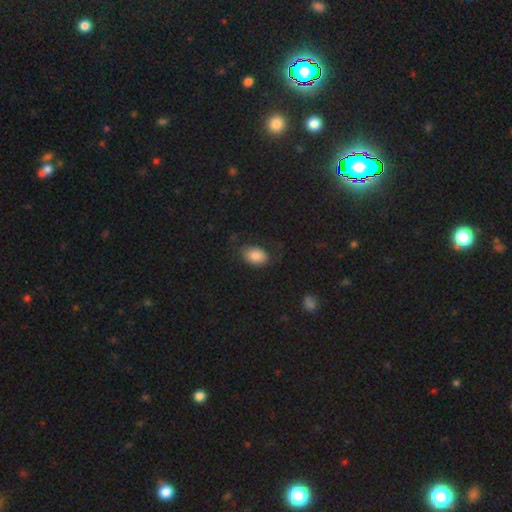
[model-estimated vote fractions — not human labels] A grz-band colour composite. It shows a smooth galaxy with no disk features (81%) that is in between round and cigar-shaped (84%). Merging: none (69%).